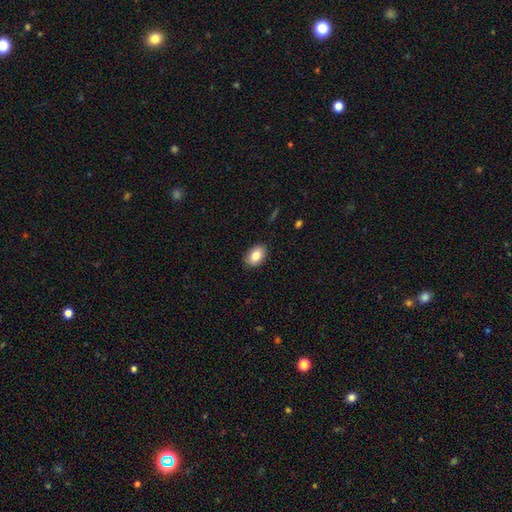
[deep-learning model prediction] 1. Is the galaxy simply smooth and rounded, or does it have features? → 84% smooth, 9% featured or disk, 7% star or artifact.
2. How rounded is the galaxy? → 87% in between, 12% round, 1% cigar-shaped.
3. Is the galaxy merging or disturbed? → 87% none, 10% minor disturbance, 2% major disturbance, 1% merger.